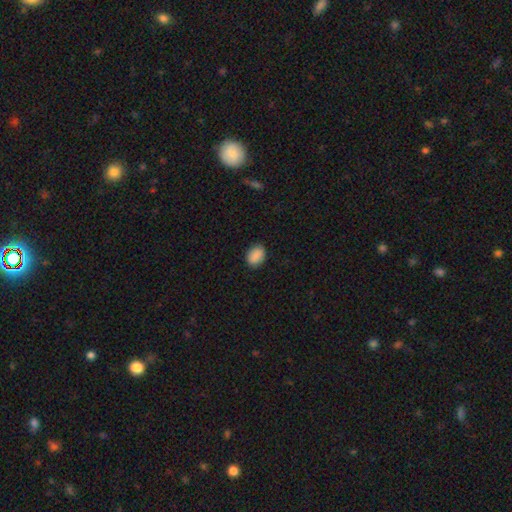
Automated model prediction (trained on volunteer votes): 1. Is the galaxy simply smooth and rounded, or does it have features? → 90% smooth, 7% star or artifact, 3% featured or disk.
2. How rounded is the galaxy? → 73% in between, 26% round, 1% cigar-shaped.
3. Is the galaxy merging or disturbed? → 86% none, 10% minor disturbance, 2% major disturbance, 1% merger.